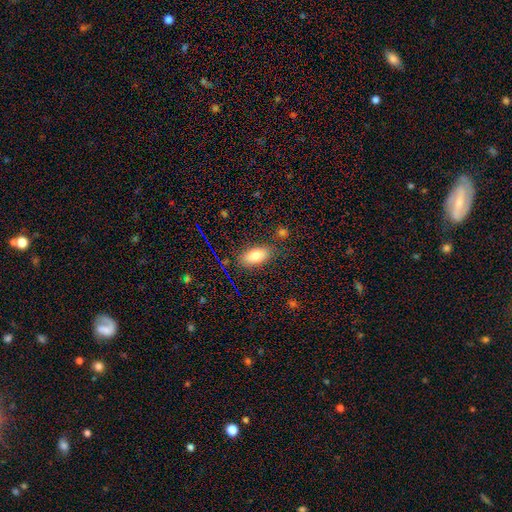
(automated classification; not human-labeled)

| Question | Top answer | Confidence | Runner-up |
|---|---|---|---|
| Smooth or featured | smooth | 79% | featured or disk (11%) |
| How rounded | in between | 88% | cigar-shaped (7%) |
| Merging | none | 81% | minor disturbance (12%) |